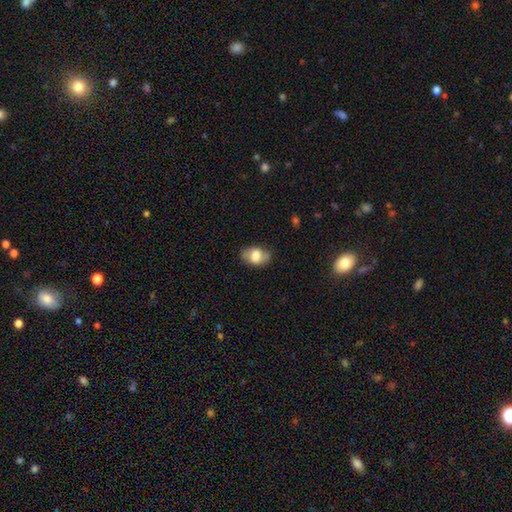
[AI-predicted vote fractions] smooth 69%, featured or disk 23%, star or artifact 8%. Down the decision tree: how rounded — in between (85%); merging — none (79%).